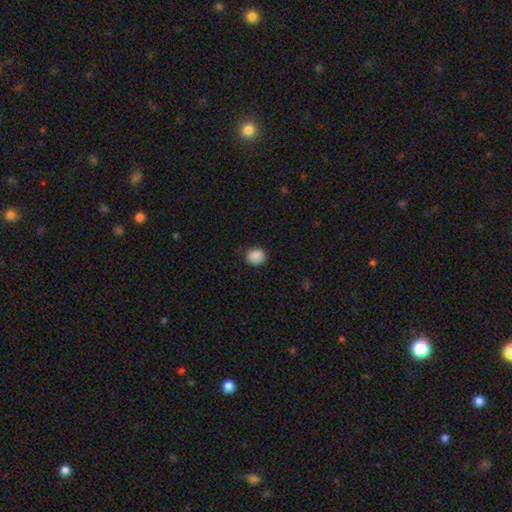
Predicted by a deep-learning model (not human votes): A smooth galaxy with no disk features (88%) that is round (64%). Merging: none (81%).